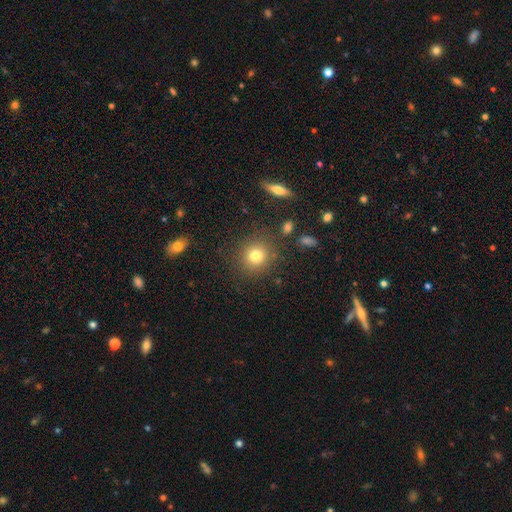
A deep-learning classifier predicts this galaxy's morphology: Smooth or featured? smooth (79%)
How rounded? round (88%)
Merging? none (85%)